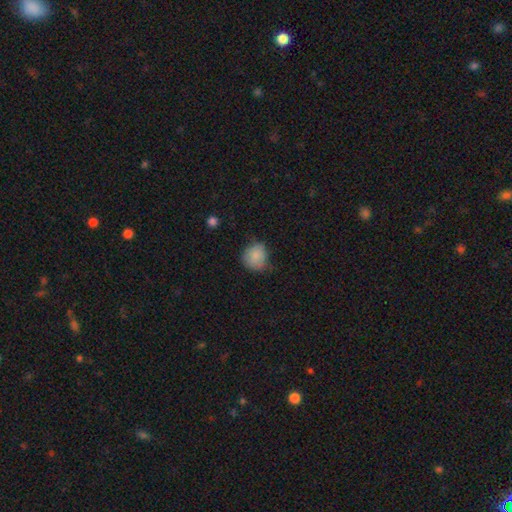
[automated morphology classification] This appears to be a smooth galaxy with no disk features (85%) that is round (80%). Merging: none (60%).